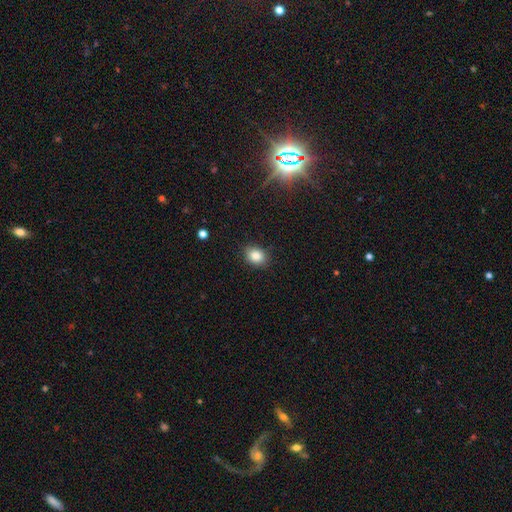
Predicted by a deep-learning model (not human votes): This appears to be a smooth galaxy with no disk features (85%) that is in between round and cigar-shaped (53%). Merging: none (84%).